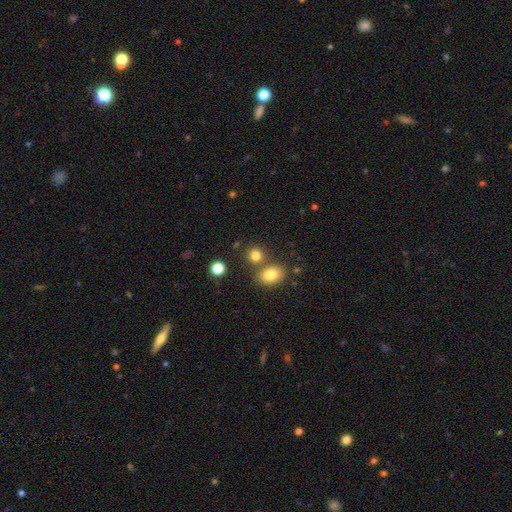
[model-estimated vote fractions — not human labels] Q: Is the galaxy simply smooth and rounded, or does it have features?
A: smooth — 80%.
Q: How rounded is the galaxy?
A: round — 72%.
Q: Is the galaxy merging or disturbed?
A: none — 67%.